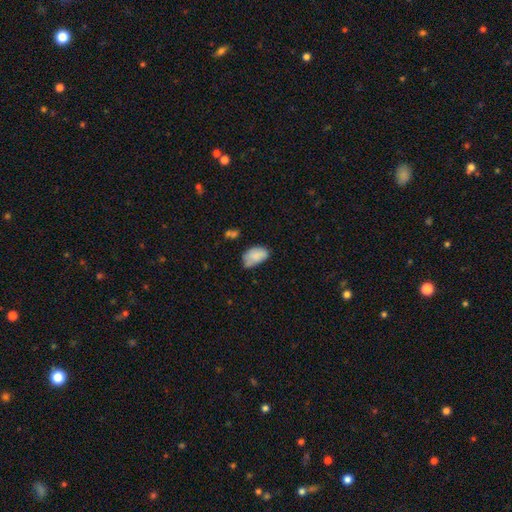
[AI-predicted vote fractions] A smooth galaxy with no disk features (80%) that is in between round and cigar-shaped (92%). Merging: none (43%).